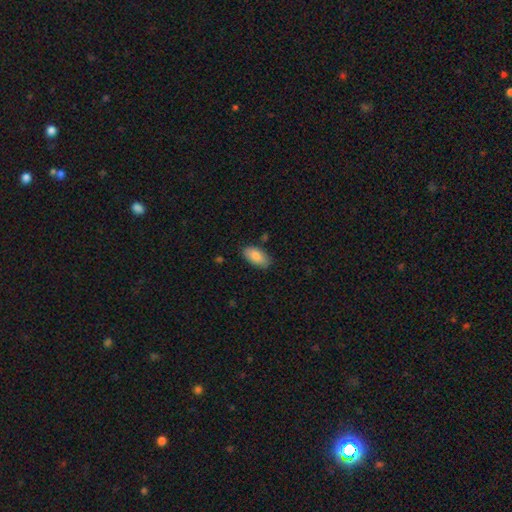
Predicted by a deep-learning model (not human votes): Overall: smooth (84%). How rounded: in between (94%). Merging: none (84%).